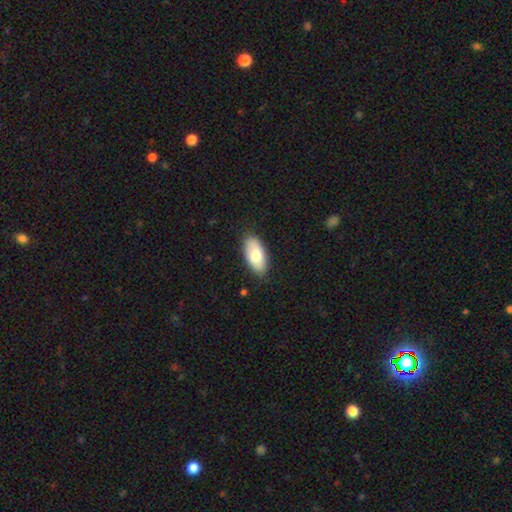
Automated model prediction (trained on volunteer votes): smooth 72%, featured or disk 22%, star or artifact 6%. Down the decision tree: how rounded — in between (92%); merging — none (86%).